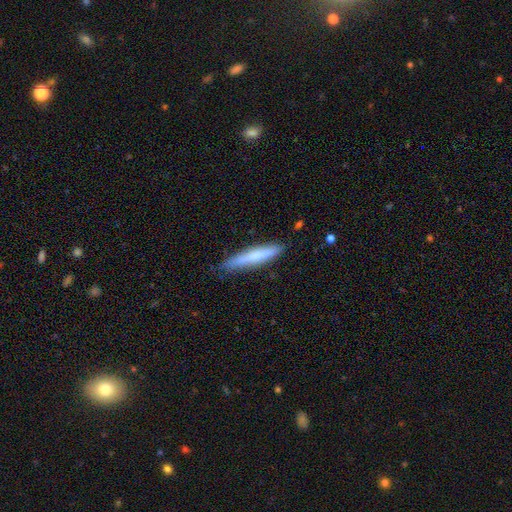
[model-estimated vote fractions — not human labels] smooth 68%, featured or disk 27%, star or artifact 6%. Down the decision tree: how rounded — cigar-shaped (91%); merging — none (84%).